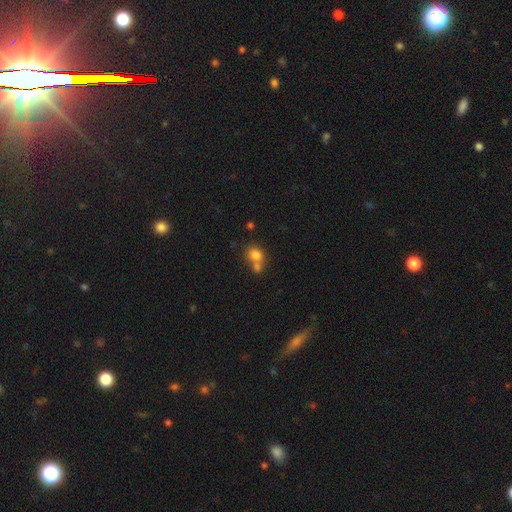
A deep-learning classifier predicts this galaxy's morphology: Smooth or featured? smooth (78%)
How rounded? round (63%)
Merging? merger (51%)